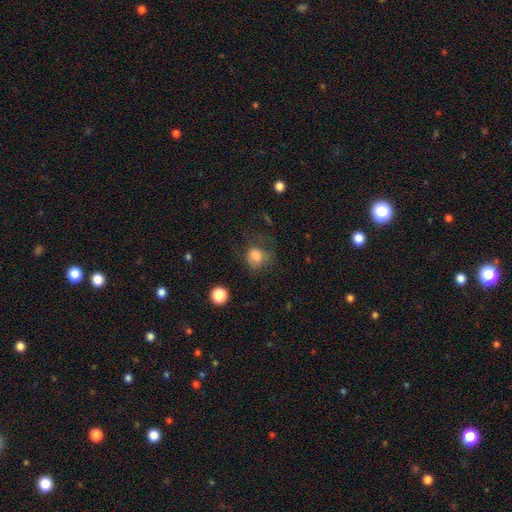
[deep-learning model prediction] smooth 77%, star or artifact 12%, featured or disk 11%. Down the decision tree: how rounded — round (60%); merging — none (47%).